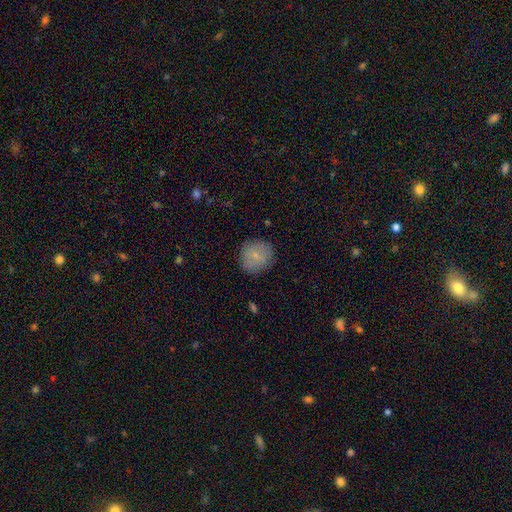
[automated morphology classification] A smooth galaxy with no disk features (74%) that is round (86%).

Vote fractions:
- Smooth or featured? smooth: 74% / featured or disk: 17% / star or artifact: 8%
- How rounded? round: 86% / in between: 13% / cigar-shaped: 1%
- Merging? none: 84% / minor disturbance: 12% / major disturbance: 3% / merger: 1%